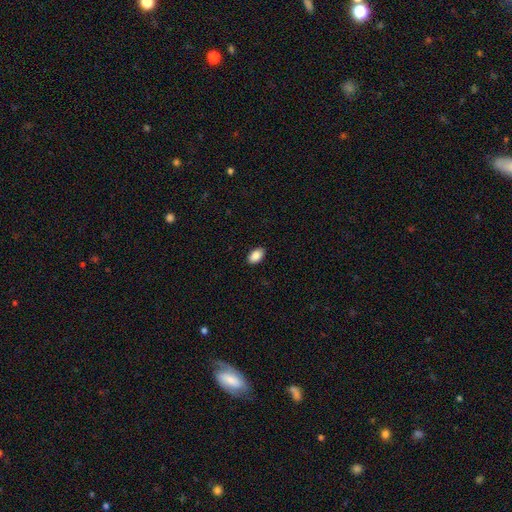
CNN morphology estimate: type=smooth (89%); roundness=in between (93%); merging=none (90%).